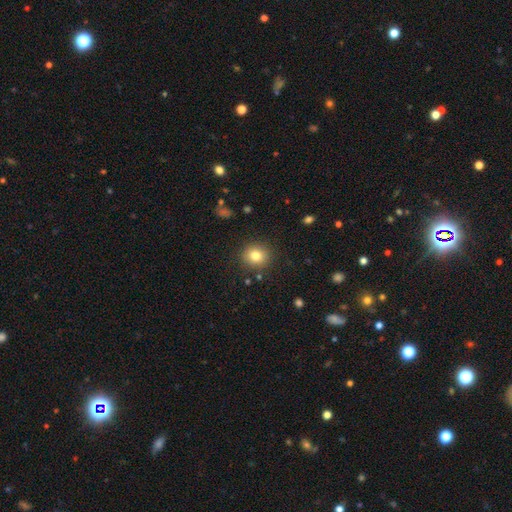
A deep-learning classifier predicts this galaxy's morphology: A smooth galaxy with no disk features (80%) that is round (84%).

Vote fractions:
- Smooth or featured? smooth: 80% / star or artifact: 11% / featured or disk: 9%
- How rounded? round: 84% / in between: 15% / cigar-shaped: 1%
- Merging? none: 88% / minor disturbance: 7% / major disturbance: 3% / merger: 2%